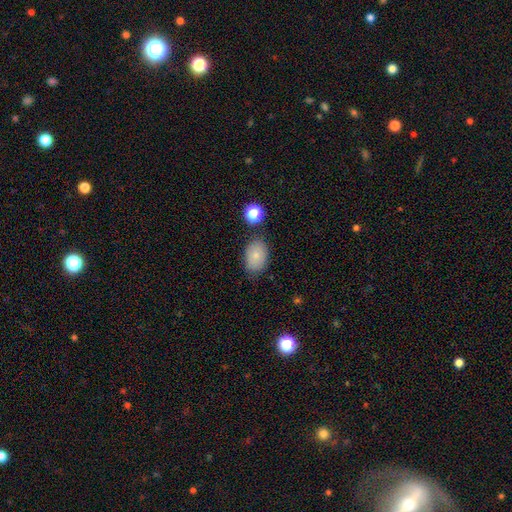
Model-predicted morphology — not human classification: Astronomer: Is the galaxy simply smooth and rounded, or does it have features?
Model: smooth — 79%.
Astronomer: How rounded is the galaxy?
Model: in between — 83%.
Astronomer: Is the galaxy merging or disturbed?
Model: none — 77%.